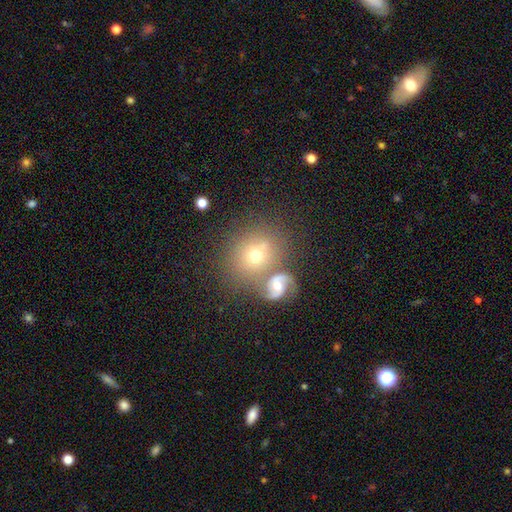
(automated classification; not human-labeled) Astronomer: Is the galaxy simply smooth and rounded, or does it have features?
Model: smooth — 53% (runner-up: featured or disk, 36%).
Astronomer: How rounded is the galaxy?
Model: round — 73%.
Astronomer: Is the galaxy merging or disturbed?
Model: none — 51% (runner-up: merger, 32%).